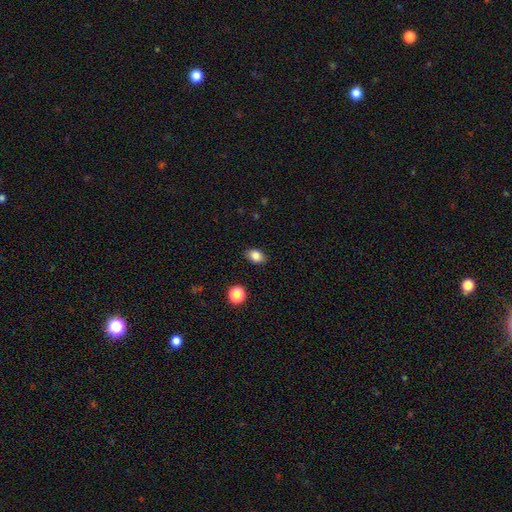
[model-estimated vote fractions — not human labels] Morphology: type=smooth (84%); roundness=in between (80%); merging=none (87%).